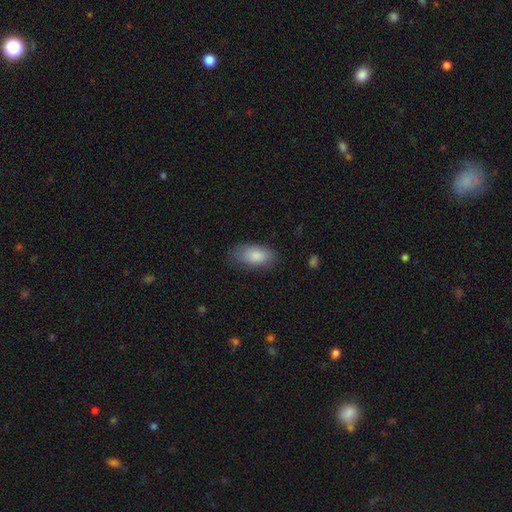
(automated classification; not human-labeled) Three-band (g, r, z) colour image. It shows a smooth galaxy with no disk features (85%) that is in between round and cigar-shaped (93%). Merging: none (75%).